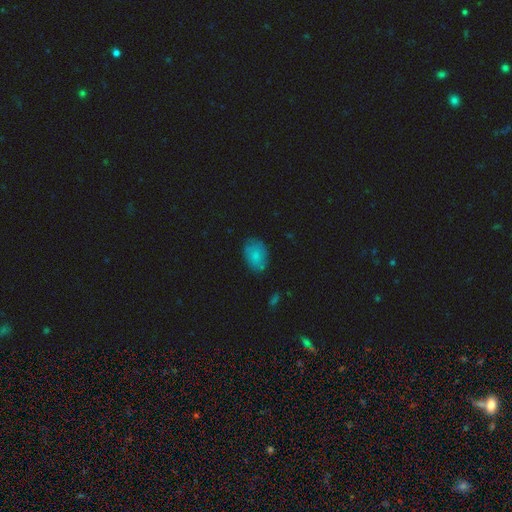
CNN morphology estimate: This is likely a smooth galaxy (76%). How rounded: likely in between (78%). Merging: likely none (73%).